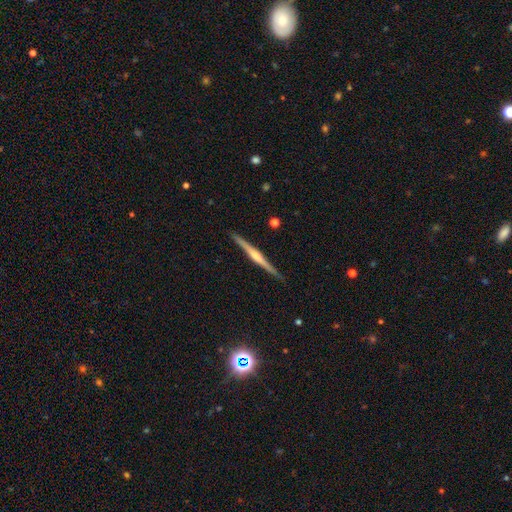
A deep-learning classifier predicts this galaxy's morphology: This is likely a featured or disk galaxy (75%). It is clearly viewed edge-on (98%). Edge-on bulge: likely rounded (70%). Merging: clearly none (91%).